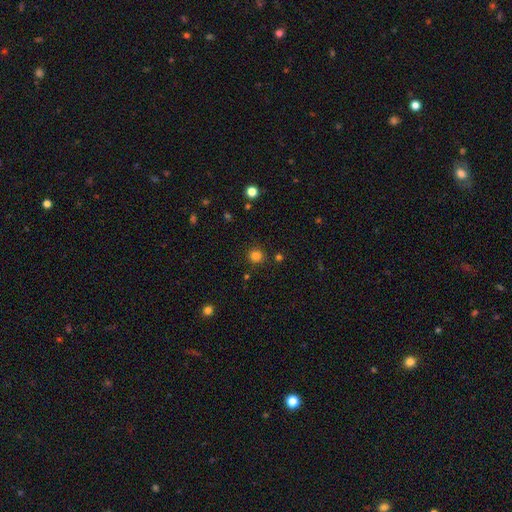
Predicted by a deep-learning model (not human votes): This is clearly a smooth galaxy (82%). How rounded: clearly round (90%). Merging: clearly none (87%).